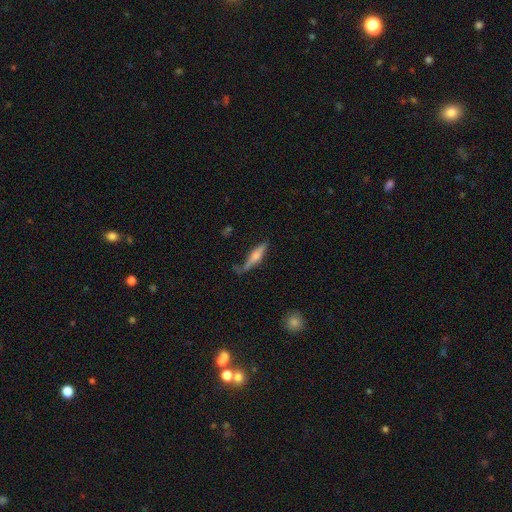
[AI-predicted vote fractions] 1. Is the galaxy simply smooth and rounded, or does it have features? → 50% featured or disk, 43% smooth, 7% star or artifact.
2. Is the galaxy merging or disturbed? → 55% none, 28% minor disturbance, 13% major disturbance, 4% merger.